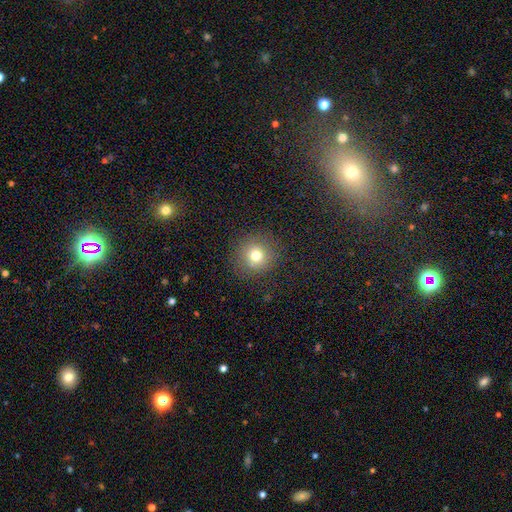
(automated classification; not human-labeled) Morphology: type=smooth (74%); roundness=round (93%); merging=none (86%).